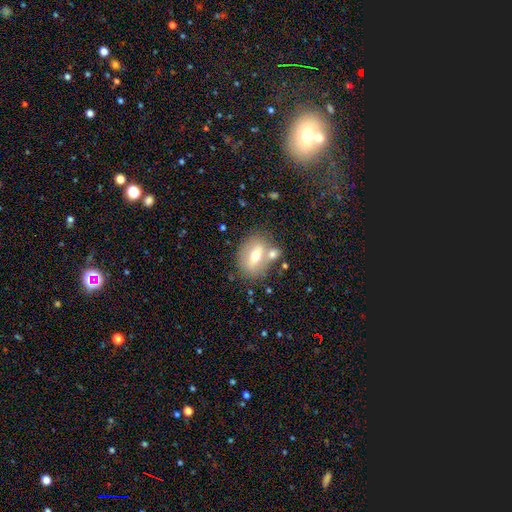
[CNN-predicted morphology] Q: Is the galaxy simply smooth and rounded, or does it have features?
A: smooth — 51%.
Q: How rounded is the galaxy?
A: in between — 71%.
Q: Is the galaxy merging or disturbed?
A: none — 60%.